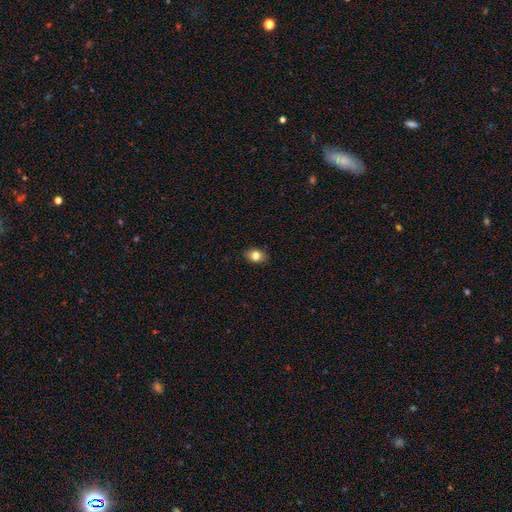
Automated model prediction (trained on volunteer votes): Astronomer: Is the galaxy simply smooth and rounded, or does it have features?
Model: smooth — 81%.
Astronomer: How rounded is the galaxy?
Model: in between — 69%.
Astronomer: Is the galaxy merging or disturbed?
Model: none — 87%.